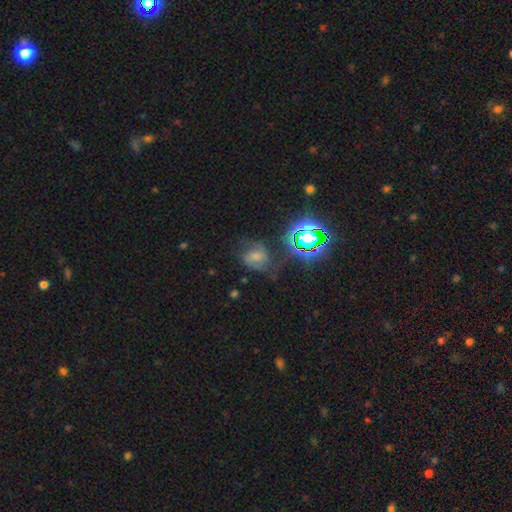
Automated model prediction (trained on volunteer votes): A featured or disk galaxy (40%). Merging: none (55%).